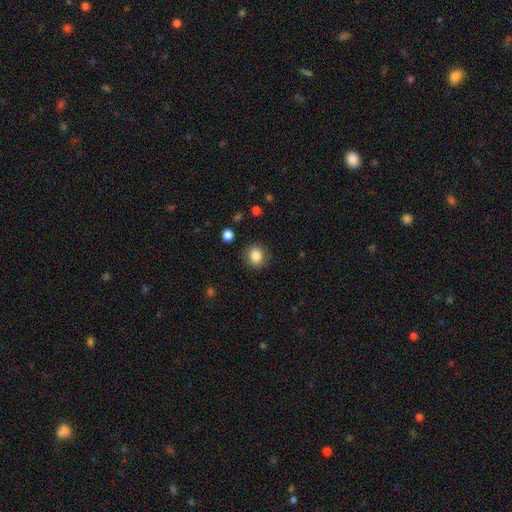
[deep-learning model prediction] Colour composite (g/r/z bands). It shows a smooth galaxy with no disk features (85%) that is round (79%). Merging: none (88%).